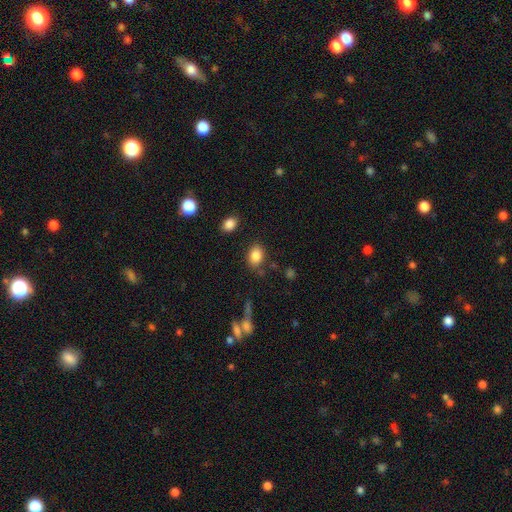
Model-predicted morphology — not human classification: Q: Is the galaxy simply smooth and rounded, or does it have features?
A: smooth — 85%.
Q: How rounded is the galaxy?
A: in between — 73%.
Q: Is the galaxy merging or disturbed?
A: none — 81%.